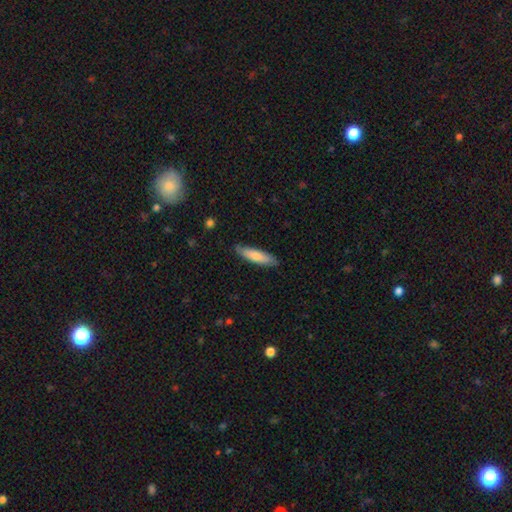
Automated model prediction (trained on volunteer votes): Smooth or featured? Predicted: smooth (p=0.74). How rounded? Predicted: cigar-shaped (p=0.74). Merging? Predicted: none (p=0.84).